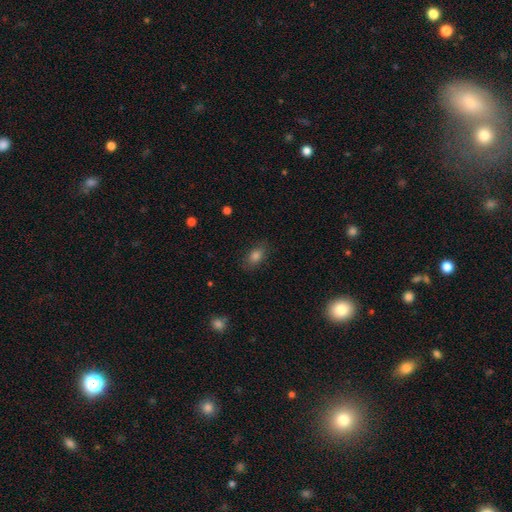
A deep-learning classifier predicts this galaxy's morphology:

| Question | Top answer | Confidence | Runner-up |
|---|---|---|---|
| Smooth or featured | smooth | 81% | star or artifact (11%) |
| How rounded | in between | 83% | round (14%) |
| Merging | none | 84% | minor disturbance (12%) |